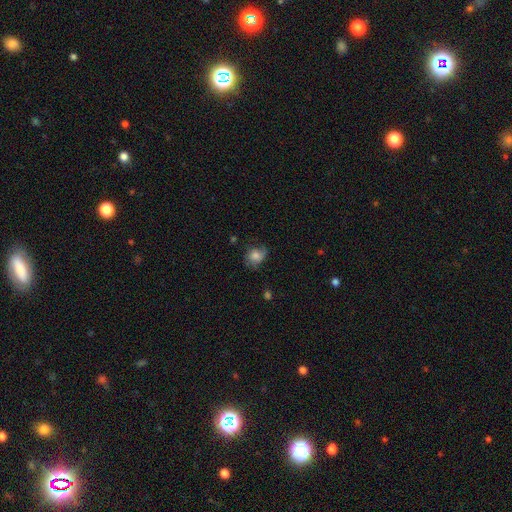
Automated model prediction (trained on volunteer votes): smooth 63%, featured or disk 26%, star or artifact 10%. Down the decision tree: how rounded — round (58%); merging — none (57%).